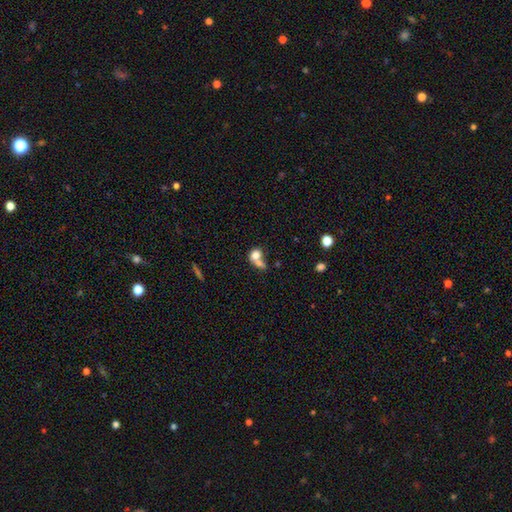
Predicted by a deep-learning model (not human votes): Q: Smooth or featured?
A: smooth (73%); runner-up: featured or disk (17%)
Q: How rounded?
A: round (55%); runner-up: in between (42%)
Q: Merging?
A: merger (60%); runner-up: none (23%)